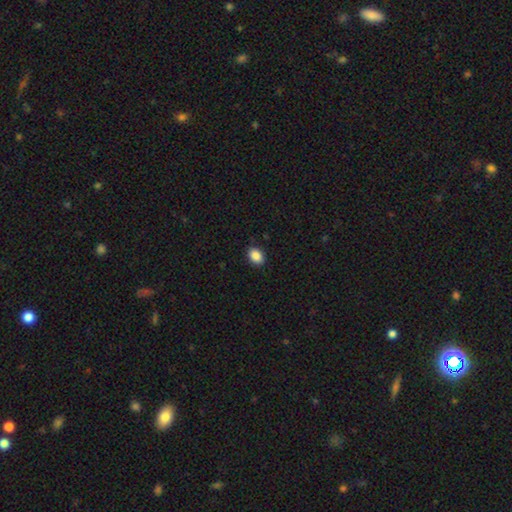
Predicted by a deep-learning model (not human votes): A smooth galaxy with no disk features (88%) that is in between round and cigar-shaped (79%).

Vote fractions:
- Smooth or featured? smooth: 88% / star or artifact: 8% / featured or disk: 4%
- How rounded? in between: 79% / round: 19% / cigar-shaped: 1%
- Merging? none: 89% / minor disturbance: 8% / major disturbance: 2% / merger: 1%